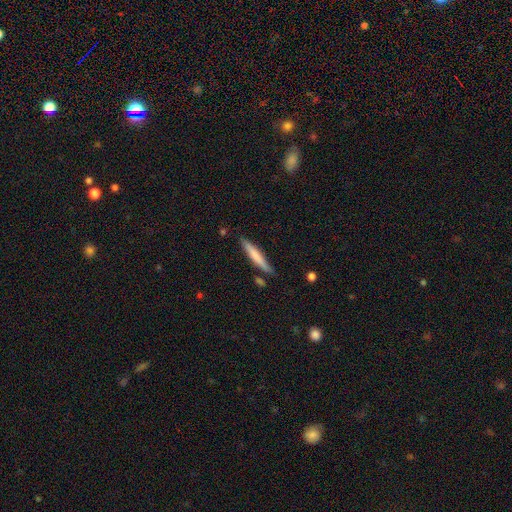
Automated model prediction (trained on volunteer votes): smooth_or_featured: smooth (p=0.67) [alt: featured or disk p=0.27]
how_rounded: cigar-shaped (p=0.94) [alt: in between p=0.05]
merging: none (p=0.81) [alt: minor disturbance p=0.13]